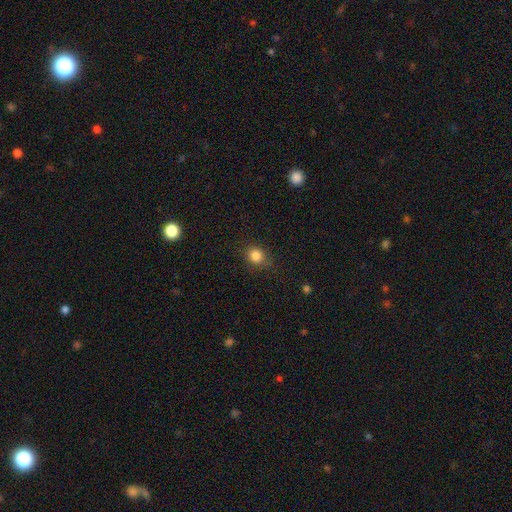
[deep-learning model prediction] Overall: smooth (84%). How rounded: round (78%). Merging: none (81%).